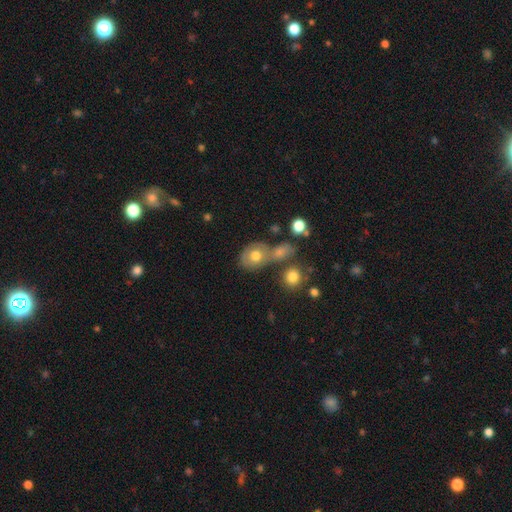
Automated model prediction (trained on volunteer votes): A smooth galaxy with no disk features (69%) that is in between round and cigar-shaped (51%).

Vote fractions:
- Smooth or featured? smooth: 69% / featured or disk: 21% / star or artifact: 10%
- How rounded? in between: 51% / round: 48% / cigar-shaped: 1%
- Merging? none: 39% / merger: 38% / minor disturbance: 15% / major disturbance: 8%